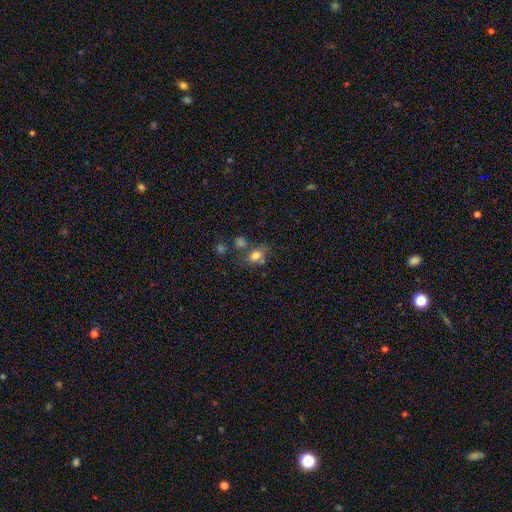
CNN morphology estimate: type=smooth (70%); roundness=in between (69%); merging=none (48%).